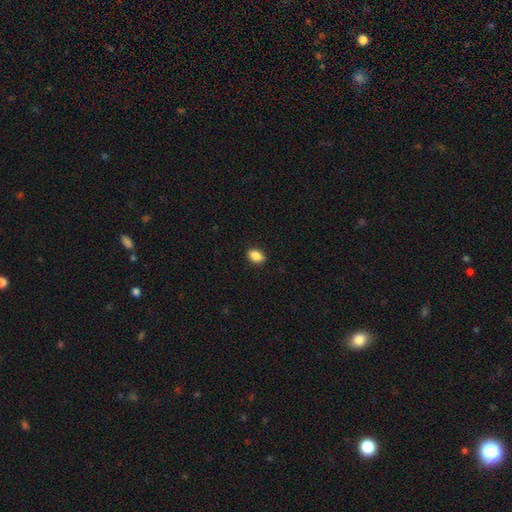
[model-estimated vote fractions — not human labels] Smooth or featured? smooth (88%)
How rounded? in between (85%)
Merging? none (89%)